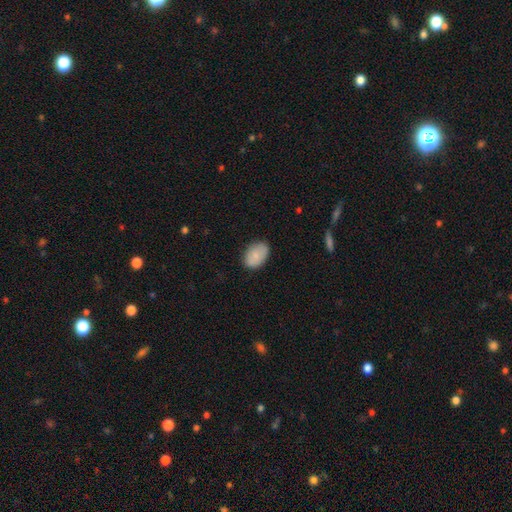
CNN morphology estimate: Smooth or featured: smooth — 84% (featured or disk — 10%)
How rounded: in between — 86% (round — 12%)
Merging: none — 82% (minor disturbance — 14%)